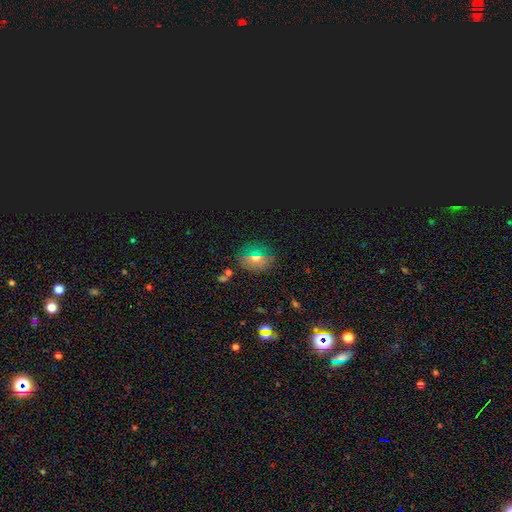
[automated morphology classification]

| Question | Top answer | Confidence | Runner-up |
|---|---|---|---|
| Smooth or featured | smooth | 48% | star or artifact (36%) |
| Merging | none | 83% | minor disturbance (11%) |